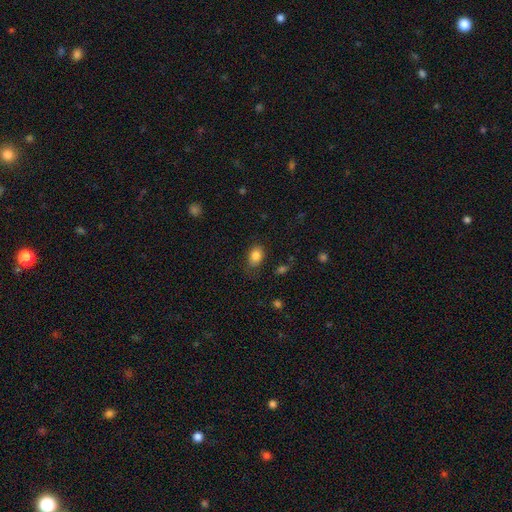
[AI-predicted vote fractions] A smooth galaxy with no disk features (84%) that is in between round and cigar-shaped (77%).

Vote fractions:
- Smooth or featured? smooth: 84% / star or artifact: 9% / featured or disk: 6%
- How rounded? in between: 77% / round: 22% / cigar-shaped: 1%
- Merging? none: 74% / minor disturbance: 19% / major disturbance: 5% / merger: 2%